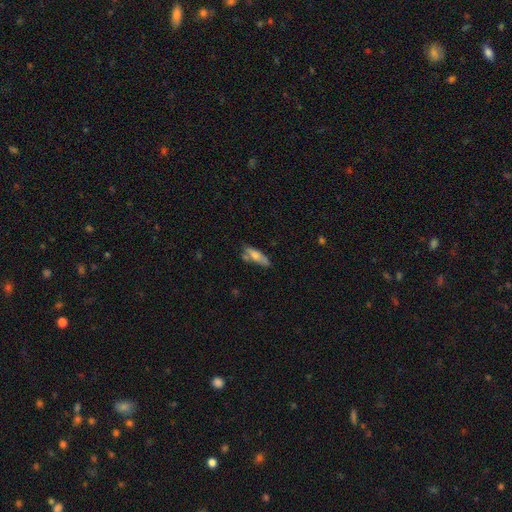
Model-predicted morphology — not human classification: A smooth galaxy with no disk features (66%) that is in between round and cigar-shaped (51%). Merging: none (53%).